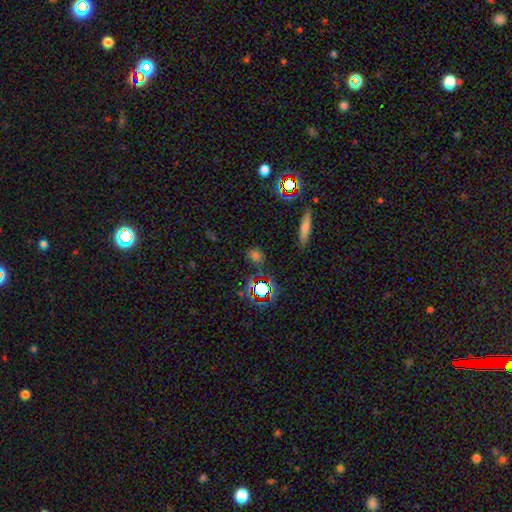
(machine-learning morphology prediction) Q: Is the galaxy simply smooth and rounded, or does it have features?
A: smooth — 54%.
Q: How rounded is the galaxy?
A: round — 61%.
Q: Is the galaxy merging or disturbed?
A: none — 80%.